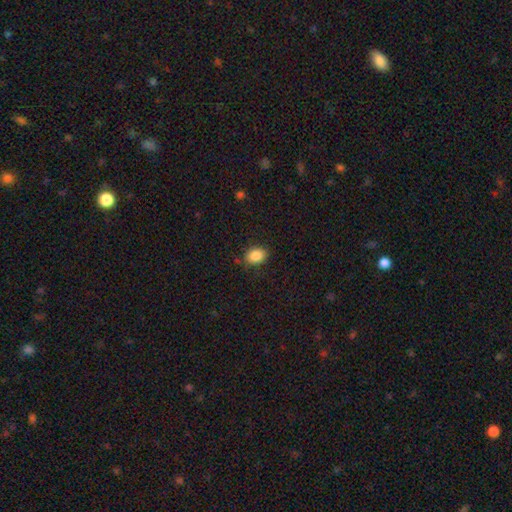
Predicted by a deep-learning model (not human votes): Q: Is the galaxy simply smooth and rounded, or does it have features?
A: smooth — 87%.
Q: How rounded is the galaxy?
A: in between — 70%.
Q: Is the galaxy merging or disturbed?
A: none — 83%.